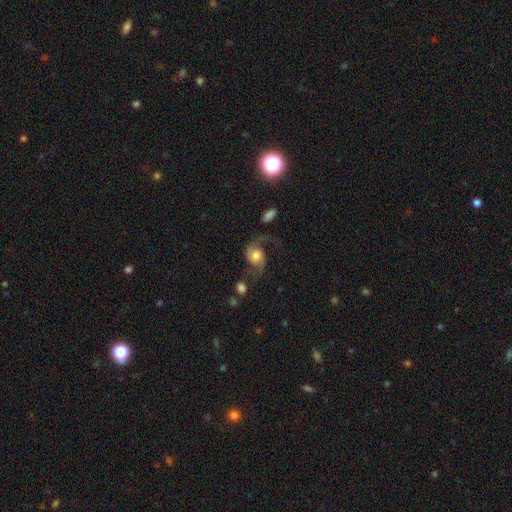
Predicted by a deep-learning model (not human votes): smooth_or_featured: featured or disk (p=0.76) [alt: smooth p=0.16]
disk_edge_on: no (p=0.97) [alt: yes p=0.03]
bar: no (p=0.68) [alt: weak p=0.26]
has_spiral_arms: yes (p=0.94) [alt: no p=0.06]
spiral_winding: loose (p=0.65) [alt: medium p=0.29]
spiral_arm_count: 2 (p=0.87) [alt: 1 p=0.08]
bulge_size: moderate (p=0.59) [alt: large p=0.20]
merging: none (p=0.55) [alt: major disturbance p=0.21]